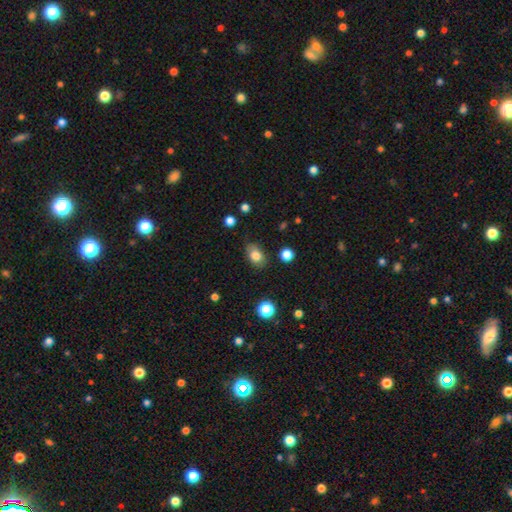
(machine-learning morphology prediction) smooth 81%, star or artifact 10%, featured or disk 9%. Down the decision tree: how rounded — in between (78%); merging — none (75%).